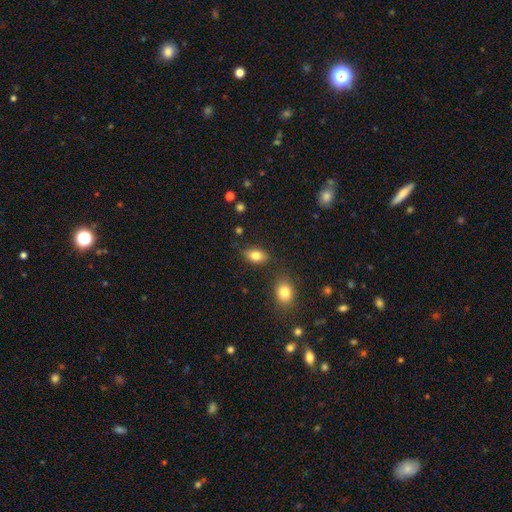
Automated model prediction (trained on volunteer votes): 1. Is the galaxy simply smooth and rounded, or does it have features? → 79% smooth, 12% featured or disk, 9% star or artifact.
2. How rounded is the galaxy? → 85% in between, 12% round, 4% cigar-shaped.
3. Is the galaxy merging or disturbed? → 78% none, 14% minor disturbance, 4% merger, 3% major disturbance.